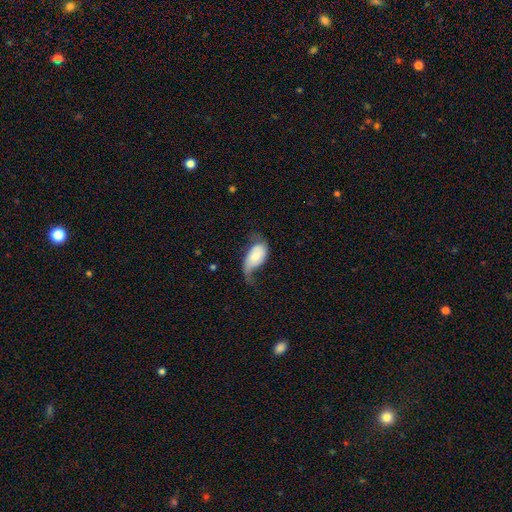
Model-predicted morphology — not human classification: Smooth or featured: featured or disk — 48% (smooth — 45%)
Merging: major disturbance — 39% (minor disturbance — 31%)